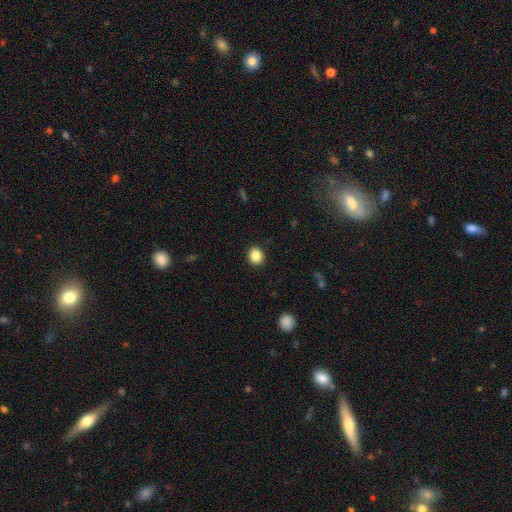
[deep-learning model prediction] smooth 87%, star or artifact 10%, featured or disk 4%. Down the decision tree: how rounded — round (77%); merging — none (91%).